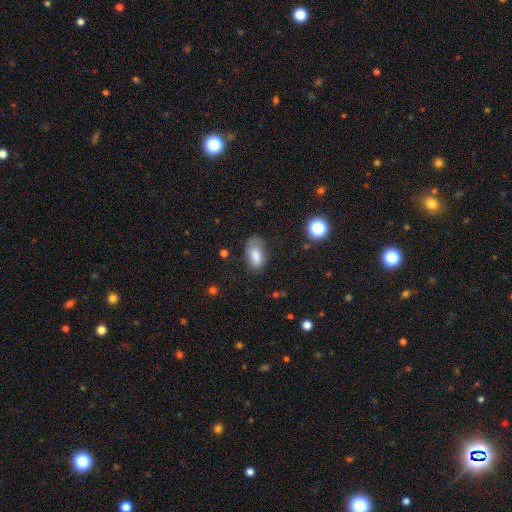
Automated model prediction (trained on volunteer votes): smooth-or-featured: smooth: 80% | featured or disk: 12% | star or artifact: 9%
  how-rounded: in between: 92% | round: 5% | cigar-shaped: 3%
  merging: none: 54% | minor disturbance: 30% | major disturbance: 13% | merger: 3%